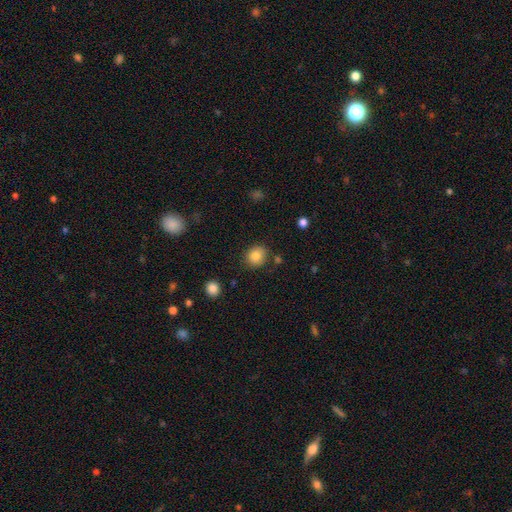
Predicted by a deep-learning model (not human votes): Morphology: type=smooth (84%); roundness=round (78%); merging=none (82%).